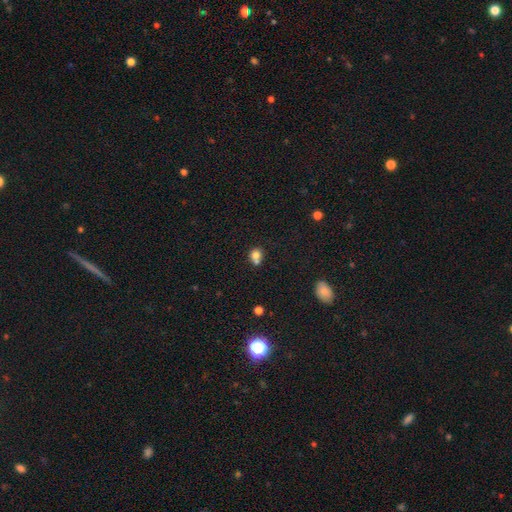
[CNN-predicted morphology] Smooth or featured: smooth — 77% (star or artifact — 12%)
How rounded: round — 67% (in between — 32%)
Merging: merger — 42% (none — 38%)